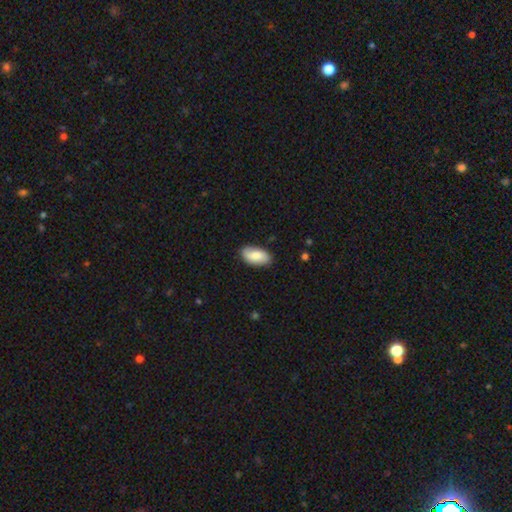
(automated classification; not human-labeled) Smooth or featured? smooth (79%)
How rounded? in between (94%)
Merging? none (82%)